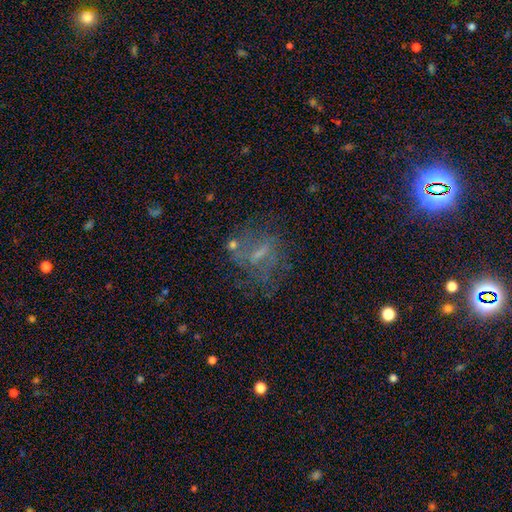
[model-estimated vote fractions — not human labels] This appears to be a featured or disk galaxy (45%). Merging: none (60%).